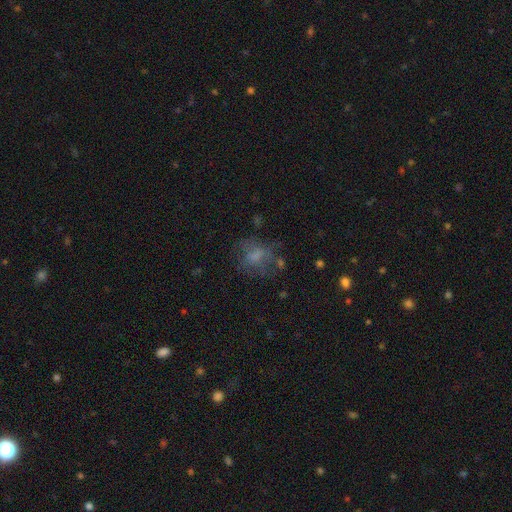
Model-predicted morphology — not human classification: Smooth or featured? smooth (51%)
How rounded? in between (54%)
Merging? none (47%)